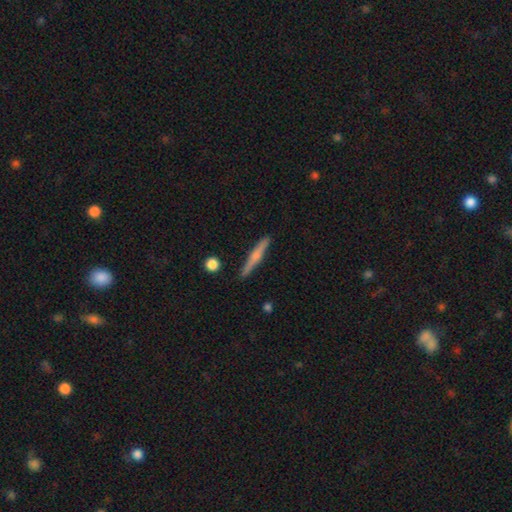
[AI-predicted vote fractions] Q: Smooth or featured?
A: featured or disk (48%); runner-up: smooth (46%)
Q: Merging?
A: none (89%); runner-up: minor disturbance (7%)